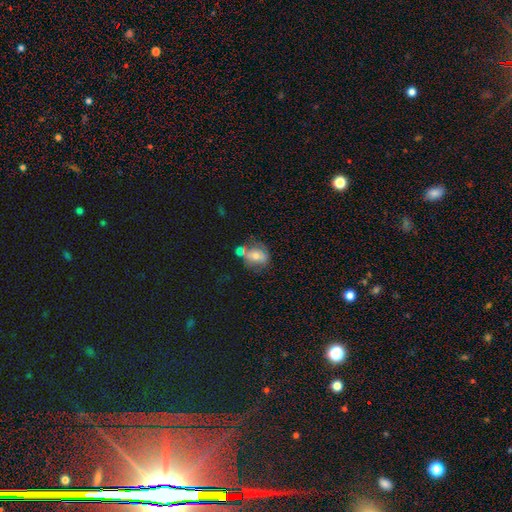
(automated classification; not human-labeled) smooth_or_featured: smooth (p=0.56) [alt: featured or disk p=0.34]
how_rounded: round (p=0.52) [alt: in between p=0.47]
merging: none (p=0.46) [alt: merger p=0.23]